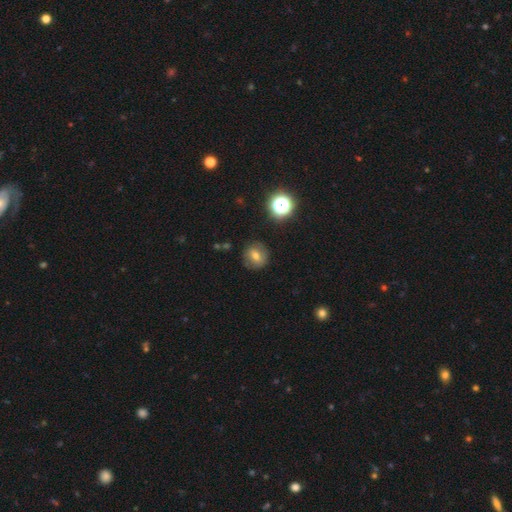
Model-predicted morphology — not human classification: The model was most divided on "smooth or featured": smooth: 63%, featured or disk: 22%, star or artifact: 16%. More confident: how rounded — round (85%); merging — none (83%).